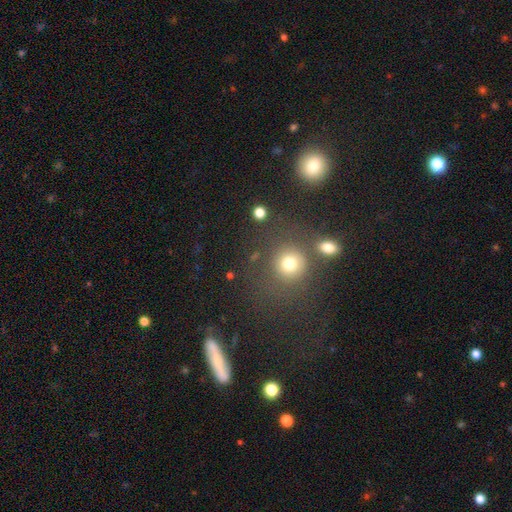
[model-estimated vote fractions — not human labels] Smooth or featured: smooth — 52% (star or artifact — 36%)
How rounded: round — 88% (in between — 10%)
Merging: none — 70% (merger — 12%)